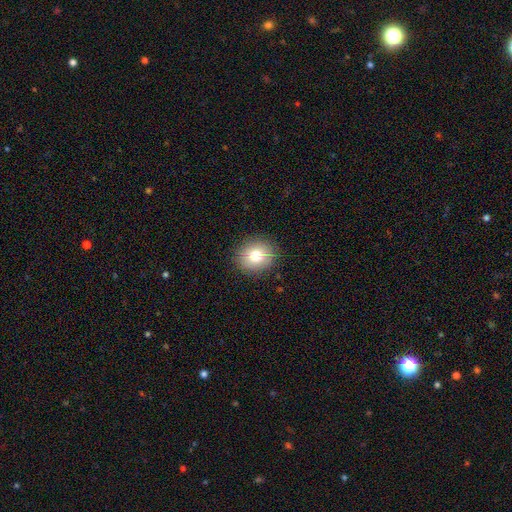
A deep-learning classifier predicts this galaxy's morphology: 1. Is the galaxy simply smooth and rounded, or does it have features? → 75% smooth, 13% featured or disk, 12% star or artifact.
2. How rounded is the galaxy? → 79% round, 20% in between, 1% cigar-shaped.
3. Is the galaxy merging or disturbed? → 89% none, 8% minor disturbance, 3% major disturbance, 1% merger.